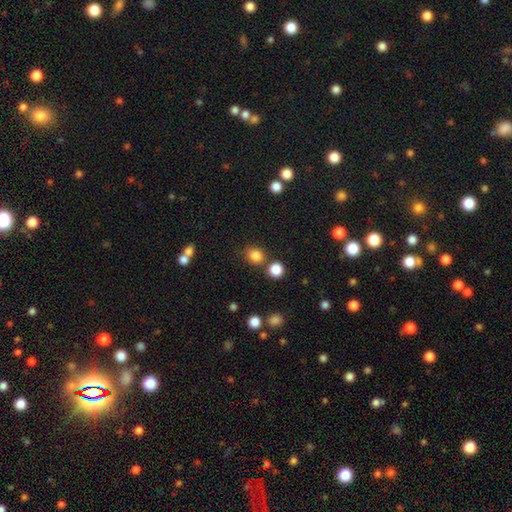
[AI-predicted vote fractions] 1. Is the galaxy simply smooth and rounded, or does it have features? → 83% smooth, 12% star or artifact, 4% featured or disk.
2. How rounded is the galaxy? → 76% round, 23% in between, 1% cigar-shaped.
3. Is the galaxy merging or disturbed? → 75% none, 12% merger, 10% minor disturbance, 4% major disturbance.